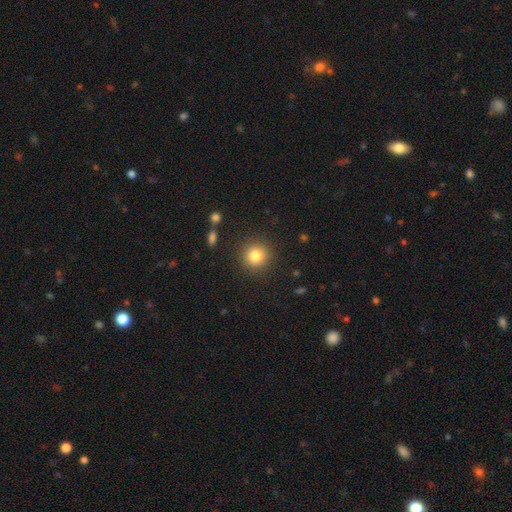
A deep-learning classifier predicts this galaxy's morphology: smooth-or-featured: smooth: 81% | star or artifact: 12% | featured or disk: 7%
  how-rounded: round: 93% | in between: 6% | cigar-shaped: 1%
  merging: none: 90% | minor disturbance: 6% | major disturbance: 3% | merger: 1%